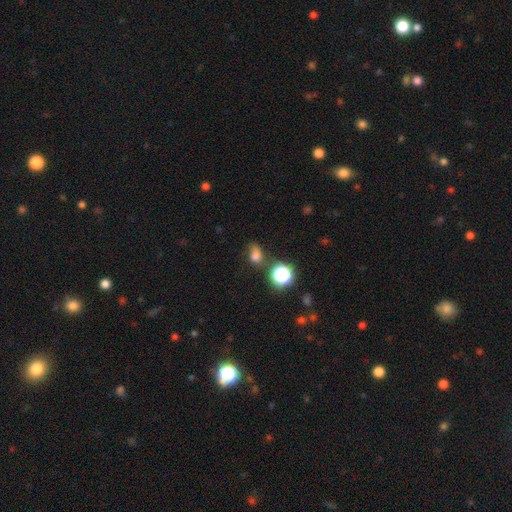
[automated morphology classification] Smooth or featured?
  - smooth: 70% *
  - star or artifact: 20%
  - featured or disk: 10%
How rounded?
  - in between: 60% *
  - round: 38%
  - cigar-shaped: 2%
Merging?
  - none: 48% *
  - minor disturbance: 28%
  - major disturbance: 15%
  - merger: 9%